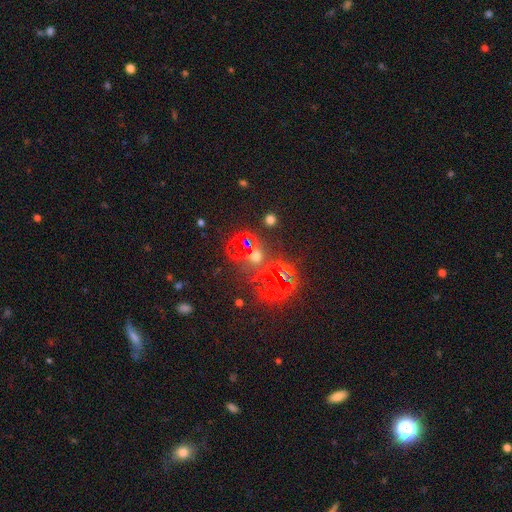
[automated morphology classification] Smooth or featured: star or artifact — 54% (smooth — 31%)